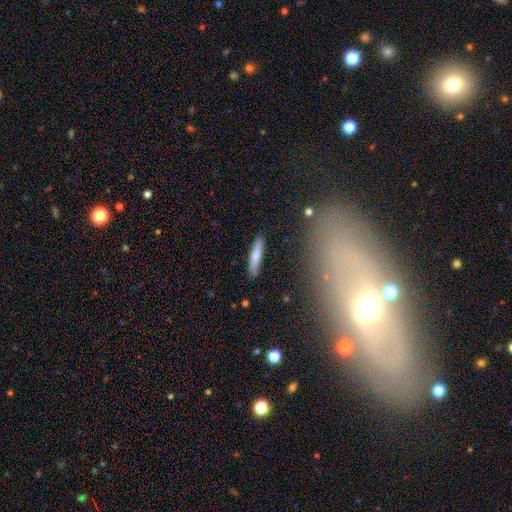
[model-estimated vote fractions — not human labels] smooth-or-featured: smooth: 77% | featured or disk: 17% | star or artifact: 6%
  how-rounded: cigar-shaped: 86% | in between: 13% | round: 1%
  merging: none: 86% | minor disturbance: 10% | major disturbance: 2% | merger: 2%